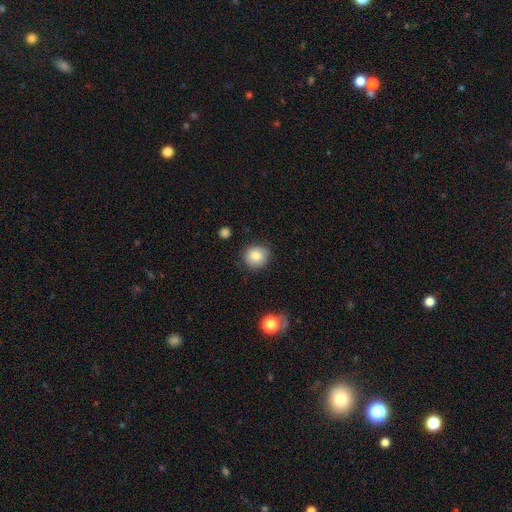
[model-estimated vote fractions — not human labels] A smooth galaxy with no disk features (83%) that is round (85%).

Vote fractions:
- Smooth or featured? smooth: 83% / star or artifact: 9% / featured or disk: 7%
- How rounded? round: 85% / in between: 14% / cigar-shaped: 1%
- Merging? none: 84% / minor disturbance: 11% / major disturbance: 3% / merger: 2%